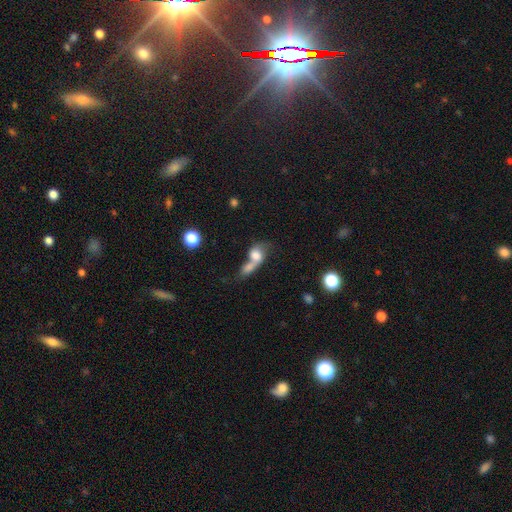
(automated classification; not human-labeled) This appears to be a smooth galaxy with no disk features (65%) that is in between round and cigar-shaped (58%). Merging: merger (74%).